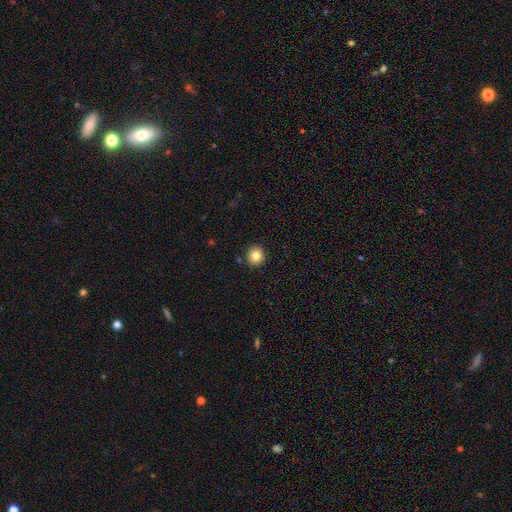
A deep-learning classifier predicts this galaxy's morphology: Smooth or featured? Predicted: smooth (p=0.84). How rounded? Predicted: round (p=0.90). Merging? Predicted: none (p=0.91).